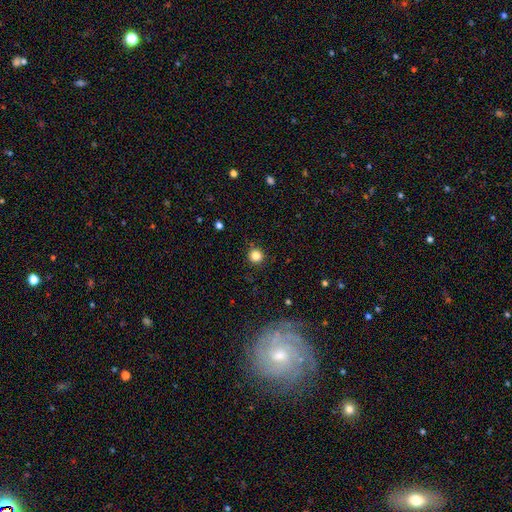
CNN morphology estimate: smooth-or-featured: smooth: 83% | star or artifact: 12% | featured or disk: 5%
  how-rounded: round: 95% | in between: 4% | cigar-shaped: 1%
  merging: none: 90% | minor disturbance: 6% | major disturbance: 2% | merger: 1%